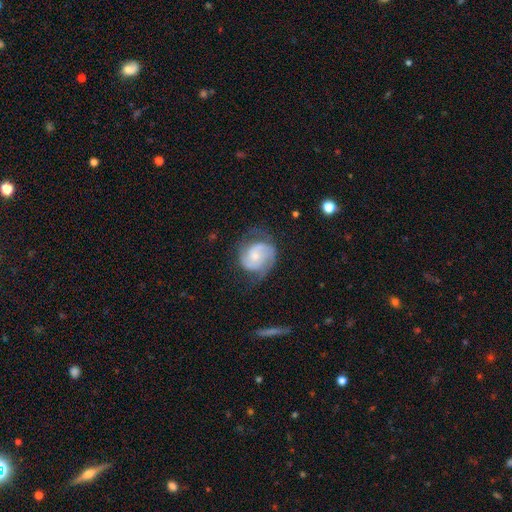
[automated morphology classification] A featured or disk galaxy (72%) with no bar (65%), 2 (71%) medium (45%) spiral arms (92%) and a small central bulge (52%). Merging: none (56%).